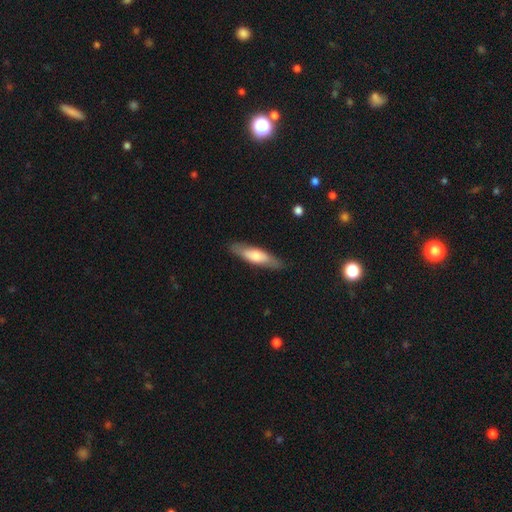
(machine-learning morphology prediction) This is possibly a smooth galaxy (57%). How rounded: likely cigar-shaped (67%). Merging: clearly none (86%).